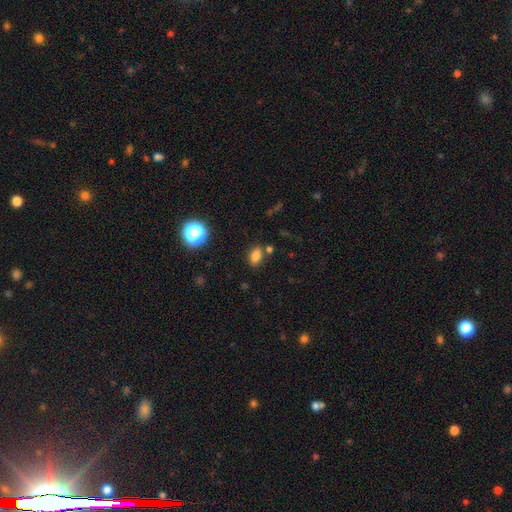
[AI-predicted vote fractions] smooth 79%, star or artifact 14%, featured or disk 7%. Down the decision tree: how rounded — in between (81%); merging — none (78%).